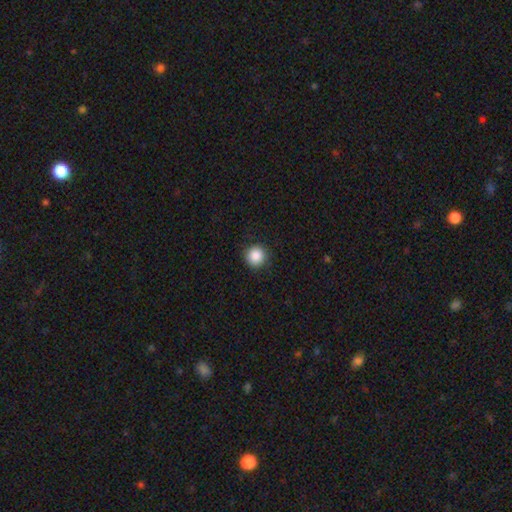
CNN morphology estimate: Q: Smooth or featured?
A: smooth (88%); runner-up: star or artifact (9%)
Q: How rounded?
A: round (95%); runner-up: in between (4%)
Q: Merging?
A: none (90%); runner-up: minor disturbance (7%)